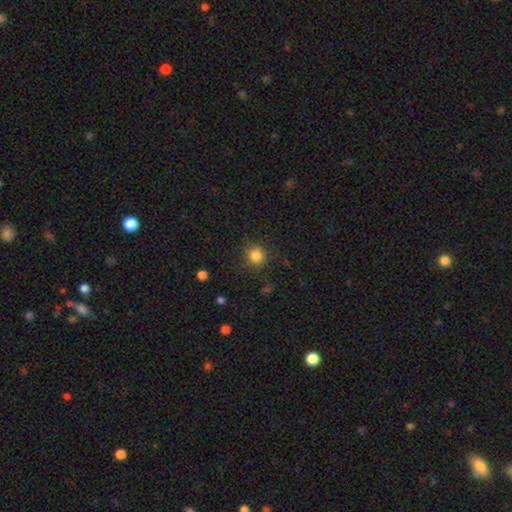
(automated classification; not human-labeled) This appears to be a smooth galaxy with no disk features (84%) that is round (91%). Merging: none (87%).